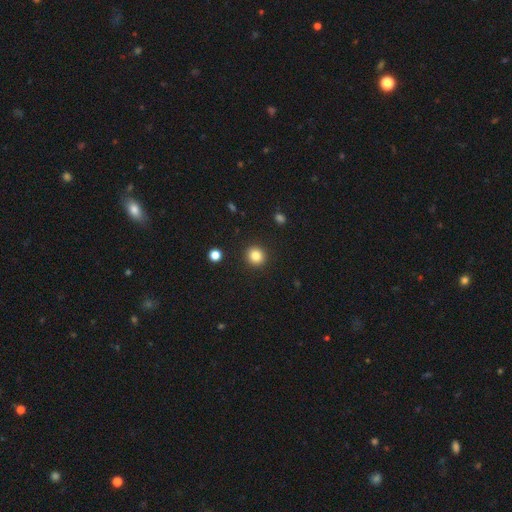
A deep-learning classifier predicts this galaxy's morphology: Q: Smooth or featured?
A: smooth (84%); runner-up: star or artifact (11%)
Q: How rounded?
A: round (91%); runner-up: in between (8%)
Q: Merging?
A: none (92%); runner-up: minor disturbance (5%)